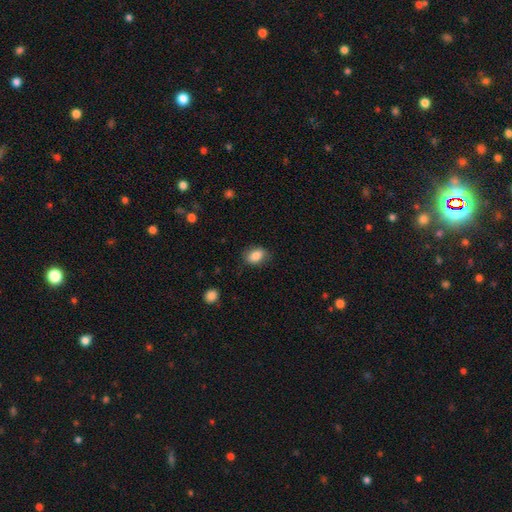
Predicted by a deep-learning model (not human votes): A smooth galaxy with no disk features (85%) that is in between round and cigar-shaped (78%). Merging: none (77%).